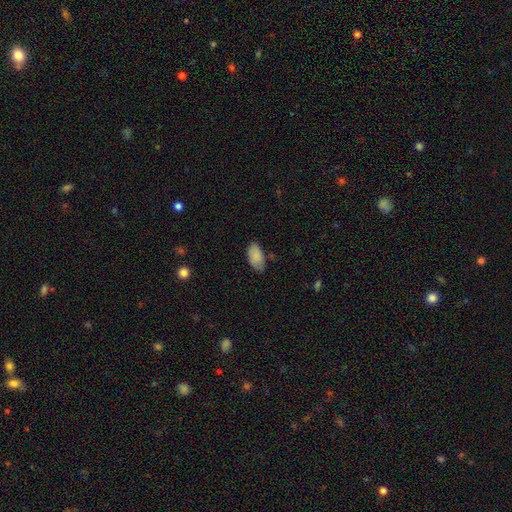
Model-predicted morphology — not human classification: Smooth or featured?
  - smooth: 86% *
  - featured or disk: 7%
  - star or artifact: 7%
How rounded?
  - in between: 95% *
  - round: 3%
  - cigar-shaped: 2%
Merging?
  - none: 73% *
  - minor disturbance: 21%
  - major disturbance: 4%
  - merger: 2%